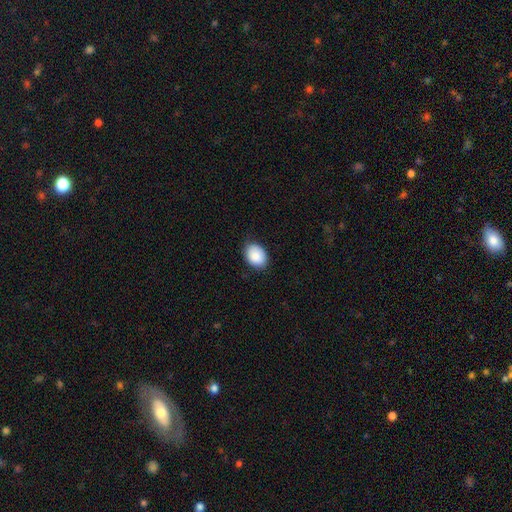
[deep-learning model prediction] Morphology: type=smooth (87%); roundness=in between (73%); merging=none (83%).